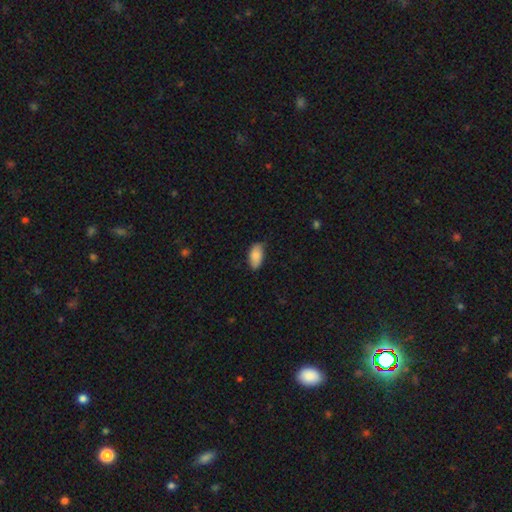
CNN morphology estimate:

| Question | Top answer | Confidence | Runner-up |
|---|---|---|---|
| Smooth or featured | smooth | 85% | featured or disk (9%) |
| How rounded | in between | 93% | cigar-shaped (4%) |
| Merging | none | 73% | minor disturbance (22%) |